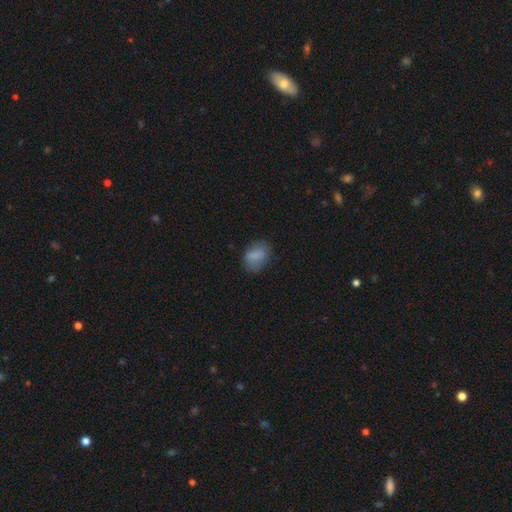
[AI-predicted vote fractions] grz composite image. It shows a smooth galaxy with no disk features (76%) that is in between round and cigar-shaped (78%). Merging: none (67%).